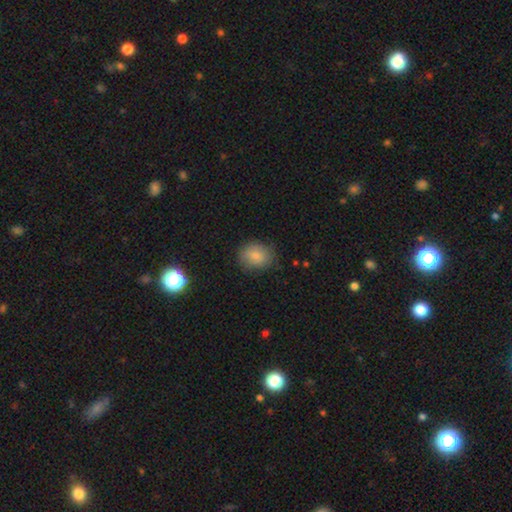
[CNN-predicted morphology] type=smooth (80%); roundness=round (58%); merging=none (78%).